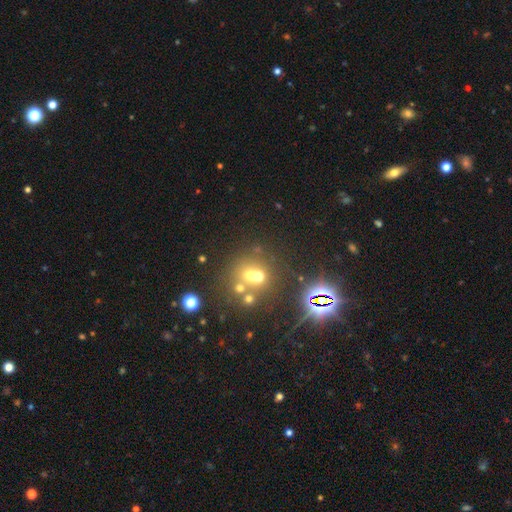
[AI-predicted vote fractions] This appears to be a star or artifact, not a galaxy (69%).